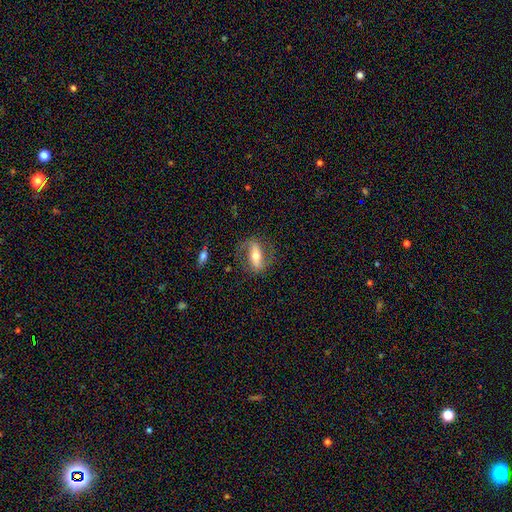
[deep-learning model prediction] Overall: featured or disk (70%). Edge-on disk: no (81%). Bar: strong (63%). Spiral arms: yes (78%). Bulge size: moderate (65%). Merging: none (74%).